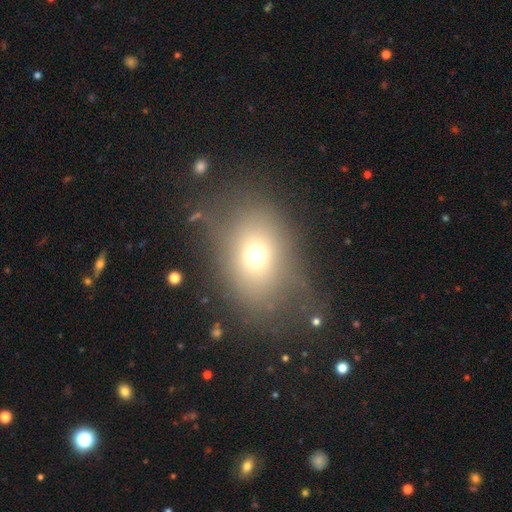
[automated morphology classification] Smooth or featured? smooth (65%)
How rounded? in between (64%)
Merging? none (59%)